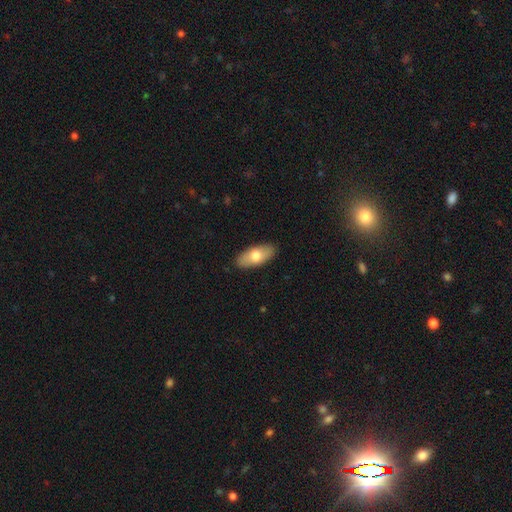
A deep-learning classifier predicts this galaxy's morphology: Overall: smooth (71%). How rounded: in between (87%). Merging: none (88%).